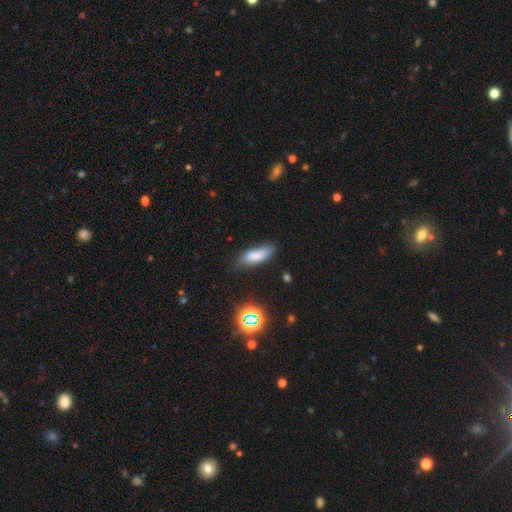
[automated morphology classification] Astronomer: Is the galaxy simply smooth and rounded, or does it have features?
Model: smooth — 80%.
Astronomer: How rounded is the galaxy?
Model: in between — 68%.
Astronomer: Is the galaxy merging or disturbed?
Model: none — 68%.